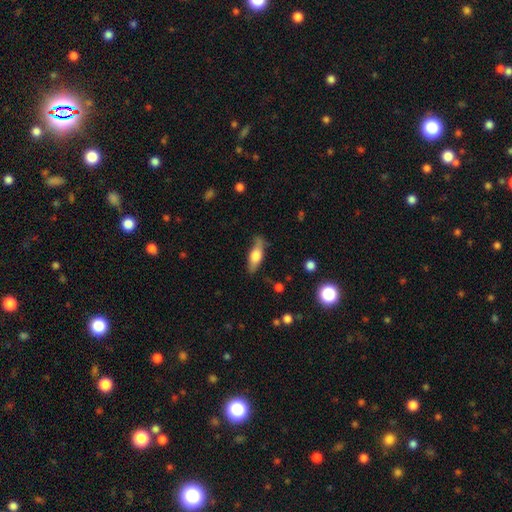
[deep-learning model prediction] A smooth galaxy with no disk features (56%) that is in between round and cigar-shaped (61%).

Vote fractions:
- Smooth or featured? smooth: 56% / featured or disk: 37% / star or artifact: 6%
- How rounded? in between: 61% / cigar-shaped: 36% / round: 4%
- Merging? none: 73% / minor disturbance: 20% / major disturbance: 5% / merger: 2%